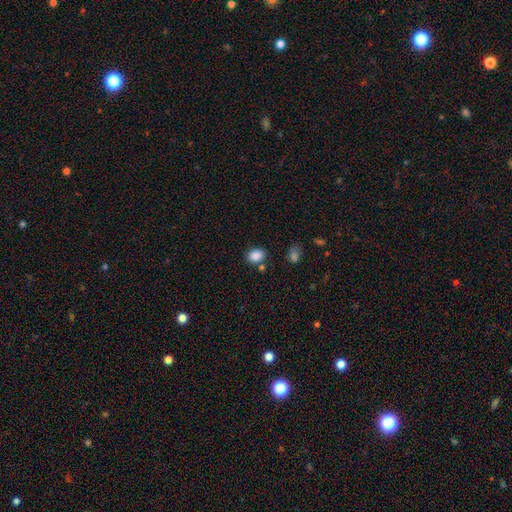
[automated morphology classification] This appears to be a smooth galaxy with no disk features (87%) that is in between round and cigar-shaped (61%). Merging: none (75%).